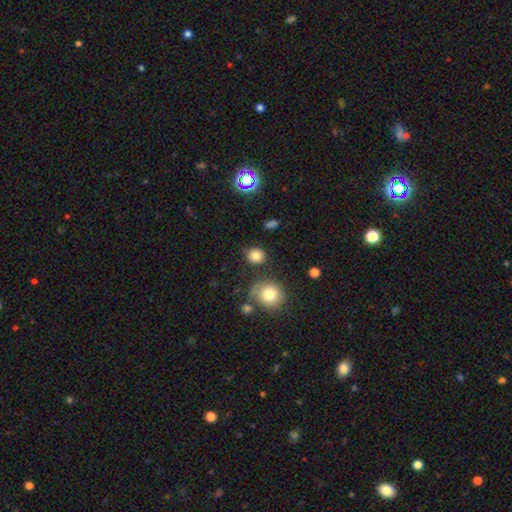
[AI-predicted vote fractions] Smooth or featured?
  - smooth: 80% *
  - star or artifact: 14%
  - featured or disk: 6%
How rounded?
  - round: 81% *
  - in between: 18%
  - cigar-shaped: 1%
Merging?
  - none: 80% *
  - minor disturbance: 12%
  - merger: 5%
  - major disturbance: 4%